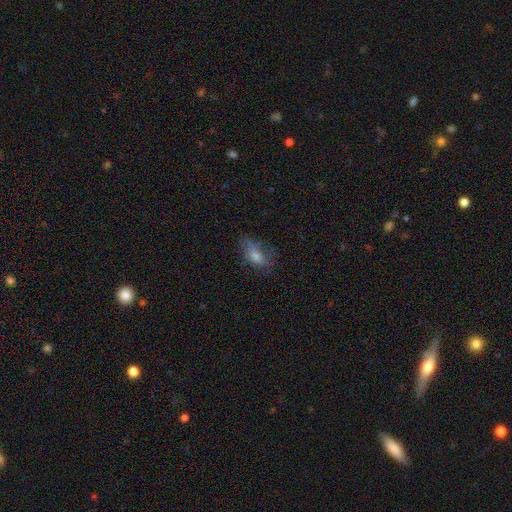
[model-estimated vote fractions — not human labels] This appears to be a smooth galaxy with no disk features (57%) that is in between round and cigar-shaped (81%). Merging: none (60%).